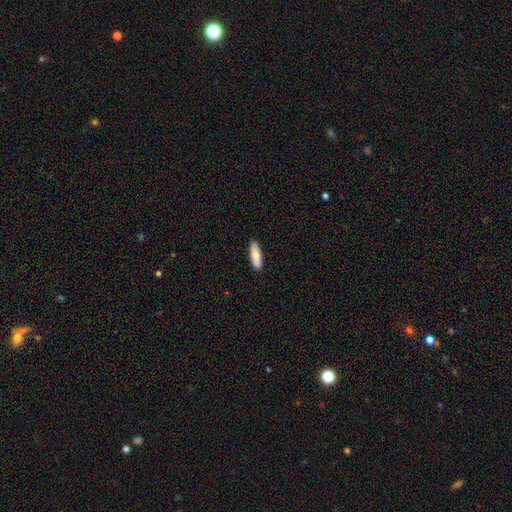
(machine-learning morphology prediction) Smooth or featured?
  - smooth: 80% *
  - featured or disk: 14%
  - star or artifact: 6%
How rounded?
  - cigar-shaped: 51% *
  - in between: 47%
  - round: 2%
Merging?
  - none: 90% *
  - minor disturbance: 8%
  - major disturbance: 1%
  - merger: 1%